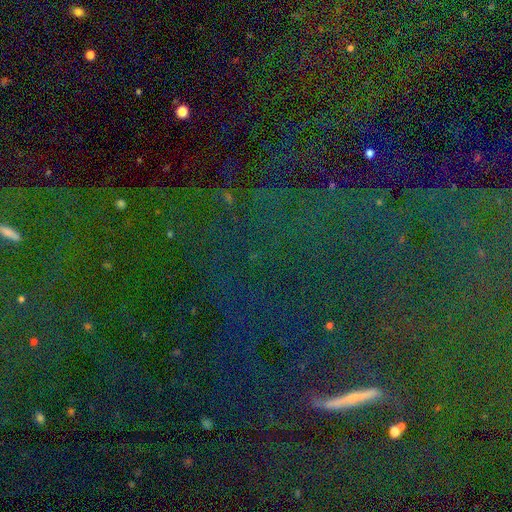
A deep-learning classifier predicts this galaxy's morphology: Smooth or featured: star or artifact — 84% (smooth — 8%)